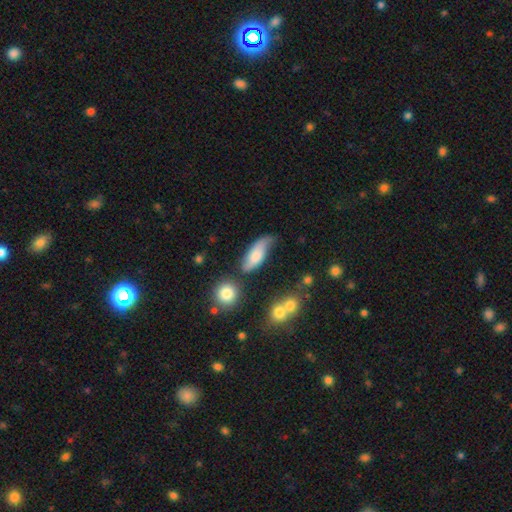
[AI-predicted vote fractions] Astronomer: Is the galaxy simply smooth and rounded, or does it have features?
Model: smooth — 69%.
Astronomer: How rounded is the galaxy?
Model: in between — 72%.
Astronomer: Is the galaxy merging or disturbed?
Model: none — 54% (runner-up: minor disturbance, 29%).